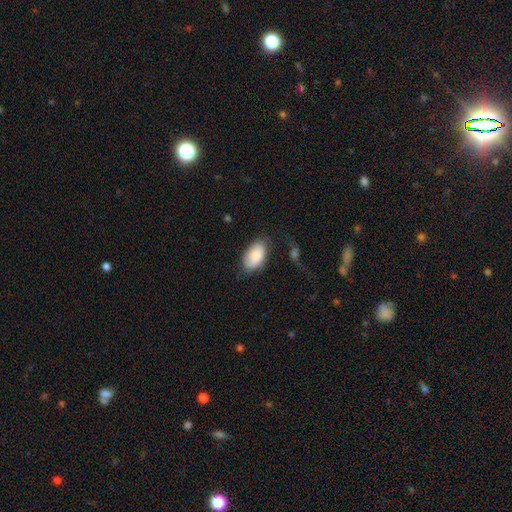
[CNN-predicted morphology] smooth_or_featured: smooth (p=0.82) [alt: featured or disk p=0.12]
how_rounded: in between (p=0.94) [alt: round p=0.05]
merging: none (p=0.66) [alt: minor disturbance p=0.22]